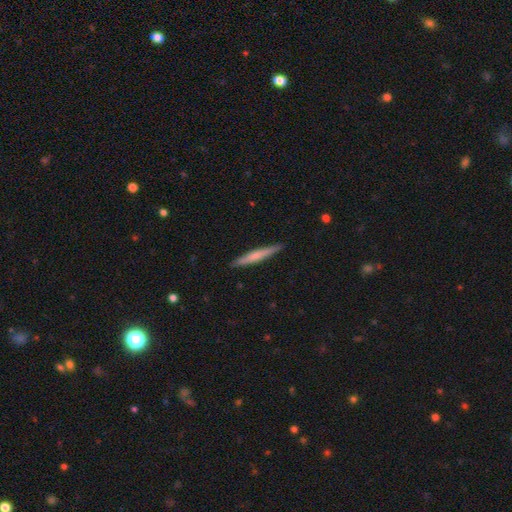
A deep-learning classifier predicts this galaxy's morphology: smooth-or-featured: smooth: 56% | featured or disk: 38% | star or artifact: 5%
  how-rounded: cigar-shaped: 96% | in between: 3% | round: 1%
  merging: none: 91% | minor disturbance: 7% | major disturbance: 1% | merger: 1%